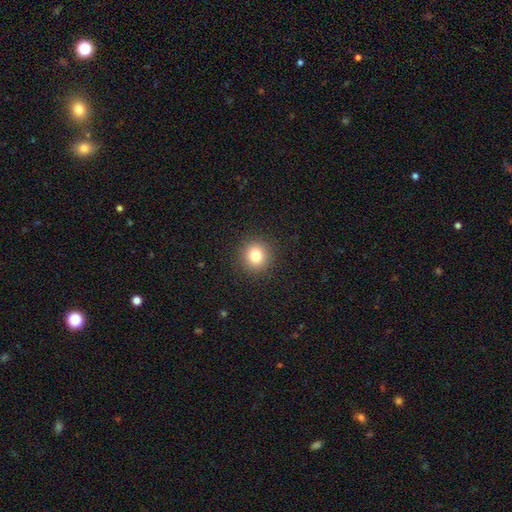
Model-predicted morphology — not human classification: The model was most divided on "smooth or featured": smooth: 81%, star or artifact: 12%, featured or disk: 7%. More confident: how rounded — round (93%); merging — none (92%).